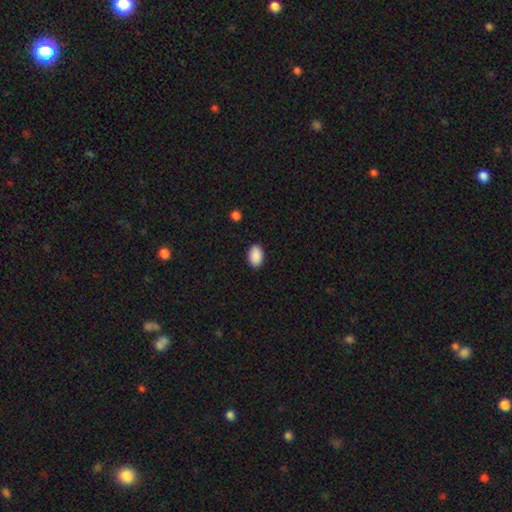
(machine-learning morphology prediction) A smooth galaxy with no disk features (90%) that is in between round and cigar-shaped (89%).

Vote fractions:
- Smooth or featured? smooth: 90% / star or artifact: 7% / featured or disk: 3%
- How rounded? in between: 89% / round: 10% / cigar-shaped: 1%
- Merging? none: 89% / minor disturbance: 8% / major disturbance: 2% / merger: 1%